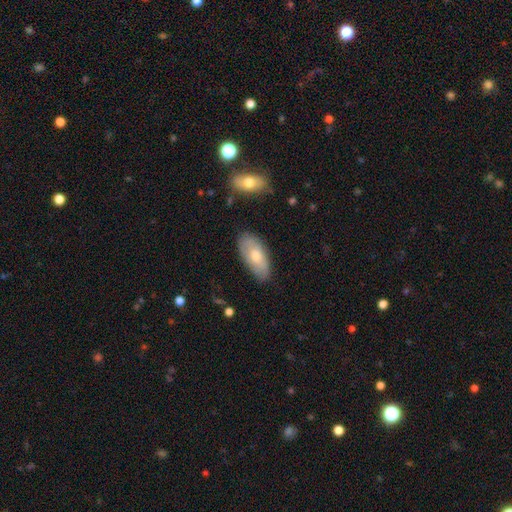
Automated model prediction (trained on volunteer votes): The model was most divided on "smooth or featured": smooth: 63%, featured or disk: 30%, star or artifact: 7%. More confident: how rounded — in between (90%); merging — none (77%).